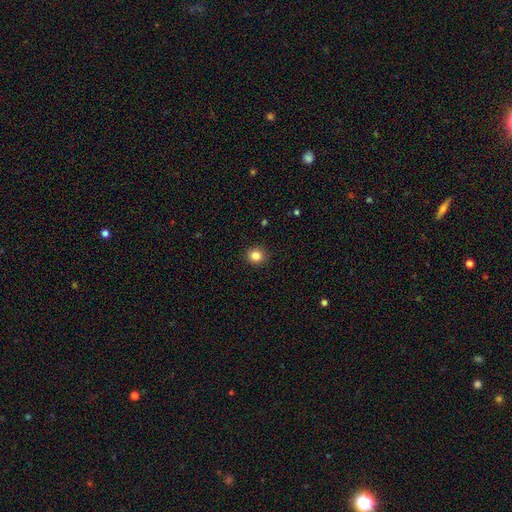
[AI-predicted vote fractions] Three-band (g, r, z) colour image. It shows a smooth galaxy with no disk features (84%) that is round (88%). Merging: none (92%).